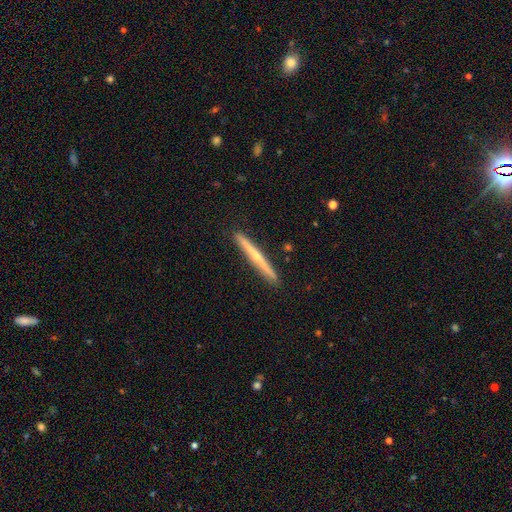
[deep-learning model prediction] Overall: featured or disk (63%; smooth 32%). Edge-on disk: yes (97%). Edge-on bulge: rounded (64%; none 33%). Merging: none (91%).